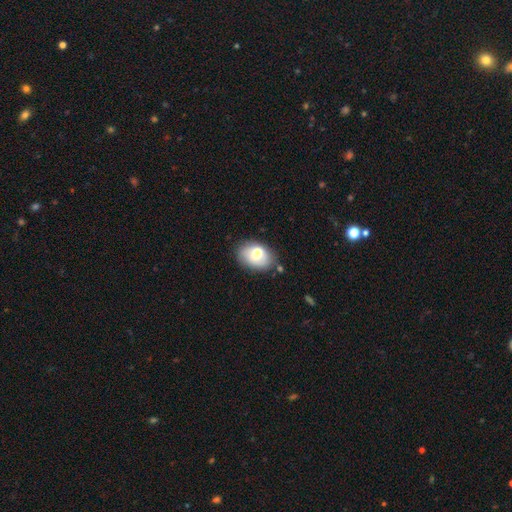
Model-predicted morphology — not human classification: Overall: smooth (67%). How rounded: in between (78%). Merging: none (71%).